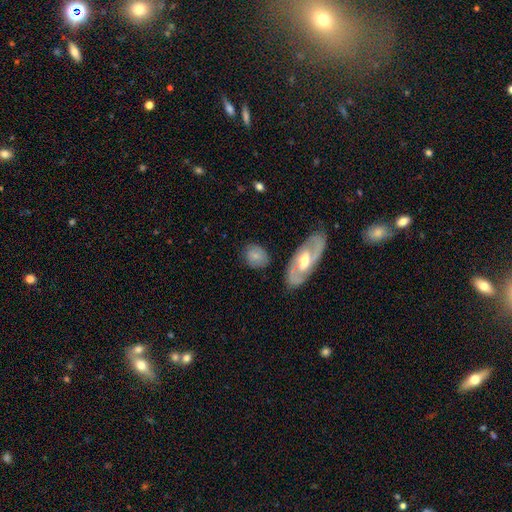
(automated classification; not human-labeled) smooth_or_featured: smooth (p=0.67) [alt: featured or disk p=0.25]
how_rounded: in between (p=0.55) [alt: round p=0.43]
merging: none (p=0.76) [alt: minor disturbance p=0.15]